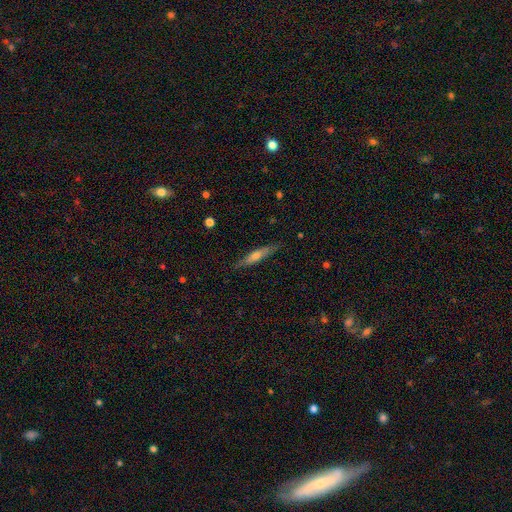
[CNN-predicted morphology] This is possibly a smooth galaxy (47%). Merging: clearly none (85%).